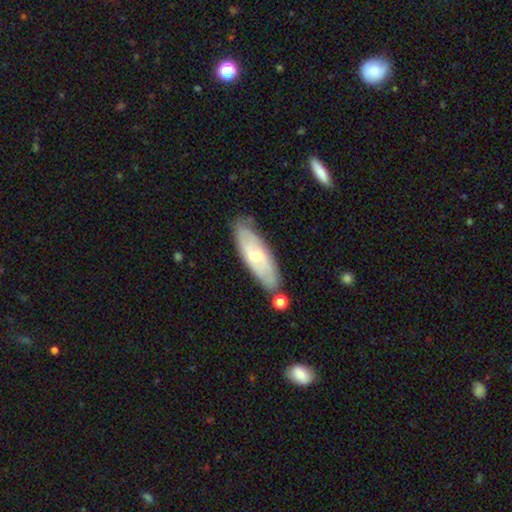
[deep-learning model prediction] Smooth or featured? Predicted: featured or disk (p=0.56). Edge-on disk? Predicted: no (p=0.74). Merging? Predicted: none (p=0.75).